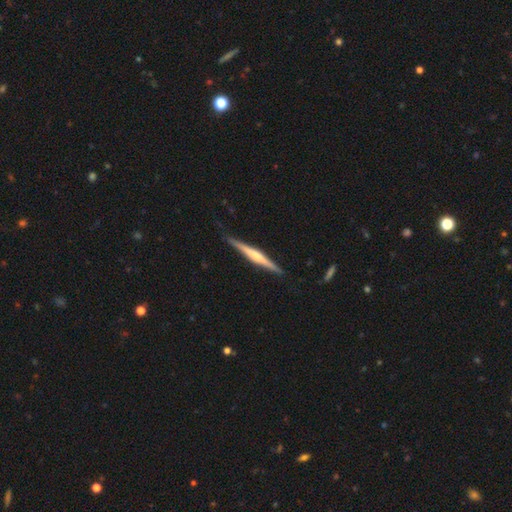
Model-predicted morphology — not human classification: A featured or disk galaxy (70%) viewed edge-on (98%) with a rounded central bulge (63%). Merging: none (88%).